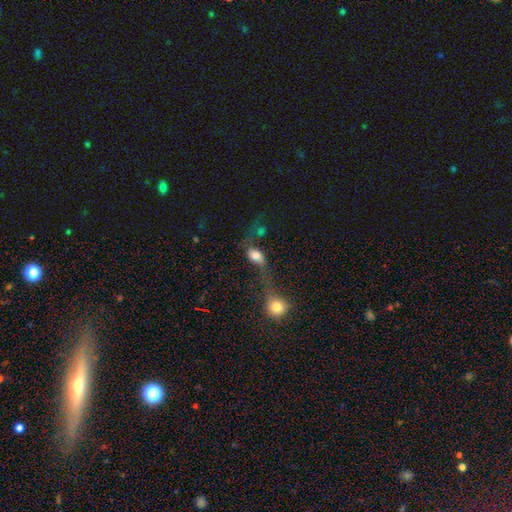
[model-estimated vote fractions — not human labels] Q: Smooth or featured?
A: smooth (65%); runner-up: featured or disk (24%)
Q: How rounded?
A: in between (70%); runner-up: round (25%)
Q: Merging?
A: merger (50%); runner-up: none (20%)